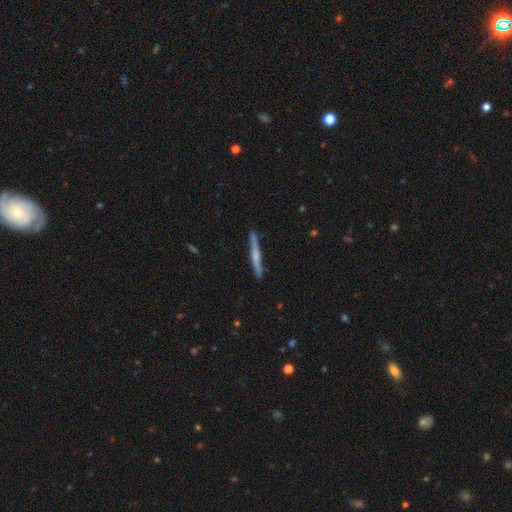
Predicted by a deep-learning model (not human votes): Smooth or featured: featured or disk — 48% (smooth — 47%)
Merging: none — 85% (minor disturbance — 11%)